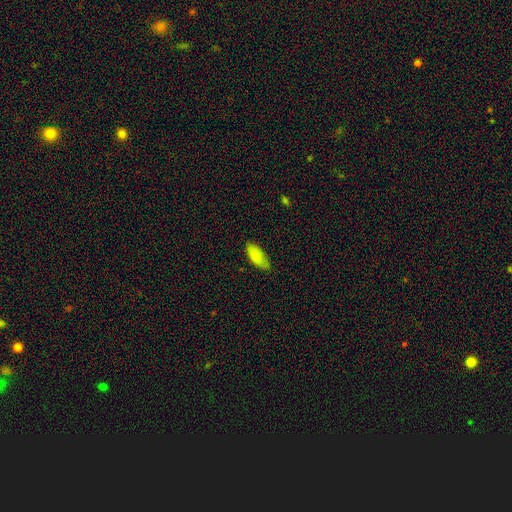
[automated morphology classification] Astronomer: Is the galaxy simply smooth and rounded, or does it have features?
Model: smooth — 85%.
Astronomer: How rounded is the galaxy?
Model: in between — 85%.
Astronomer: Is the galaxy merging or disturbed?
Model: none — 79%.